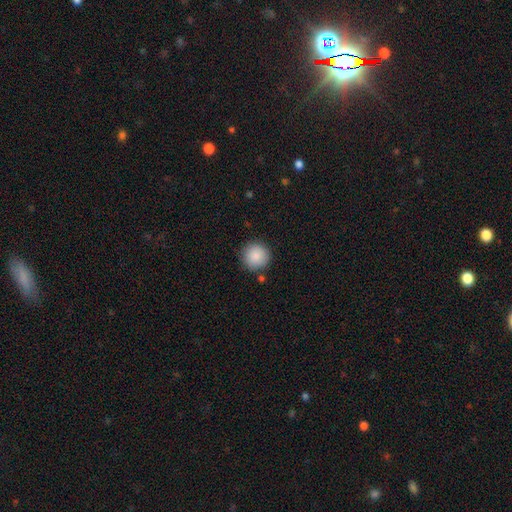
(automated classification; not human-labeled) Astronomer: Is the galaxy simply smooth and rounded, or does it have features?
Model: smooth — 89%.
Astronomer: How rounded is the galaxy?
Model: round — 95%.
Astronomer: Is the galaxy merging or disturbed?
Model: none — 87%.